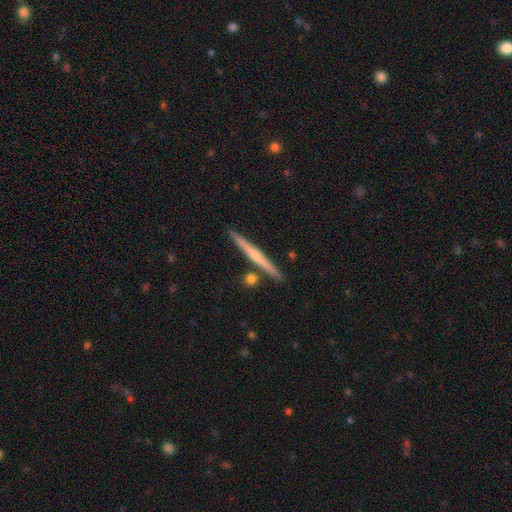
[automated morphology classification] This is possibly a featured or disk galaxy (55%). It is clearly viewed edge-on (98%). Edge-on bulge: possibly none (53%). Merging: clearly none (87%).